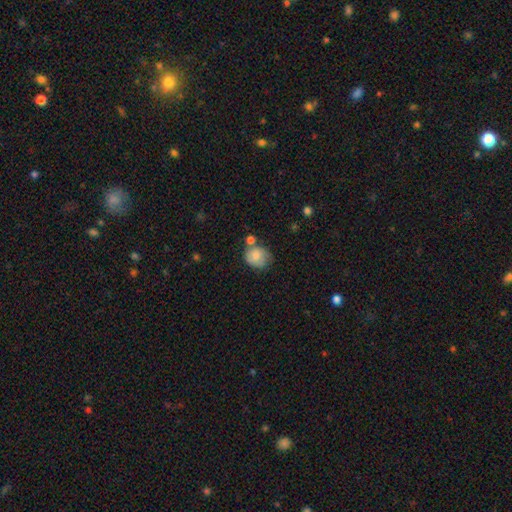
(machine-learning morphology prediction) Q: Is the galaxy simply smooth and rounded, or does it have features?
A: smooth — 79%.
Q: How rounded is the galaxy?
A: round — 65%.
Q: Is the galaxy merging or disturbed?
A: none — 50%.